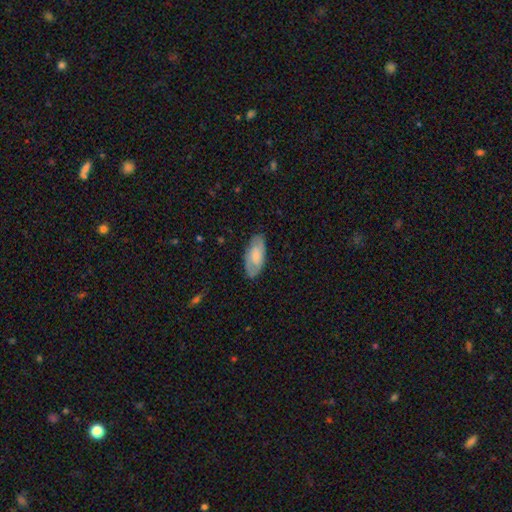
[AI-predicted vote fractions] This is possibly a smooth galaxy (54%). How rounded: clearly in between (89%). Merging: clearly none (81%).